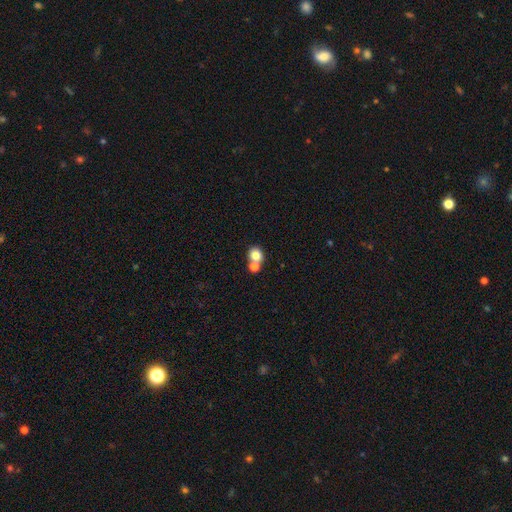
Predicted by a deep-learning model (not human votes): Q: Smooth or featured?
A: smooth (81%); runner-up: star or artifact (10%)
Q: How rounded?
A: round (73%); runner-up: in between (26%)
Q: Merging?
A: none (45%); runner-up: merger (44%)